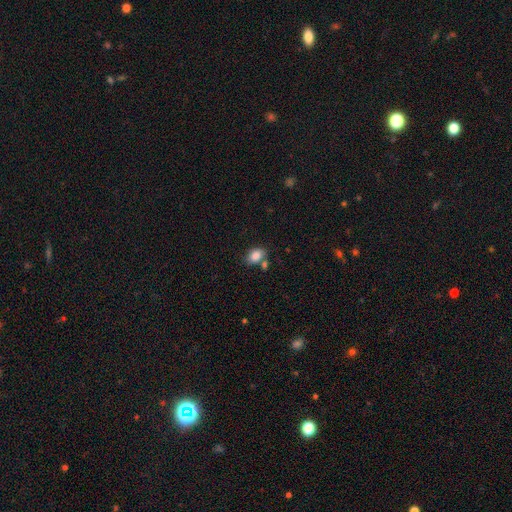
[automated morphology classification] This is clearly a smooth galaxy (84%). How rounded: likely in between (79%). Merging: likely none (61%).